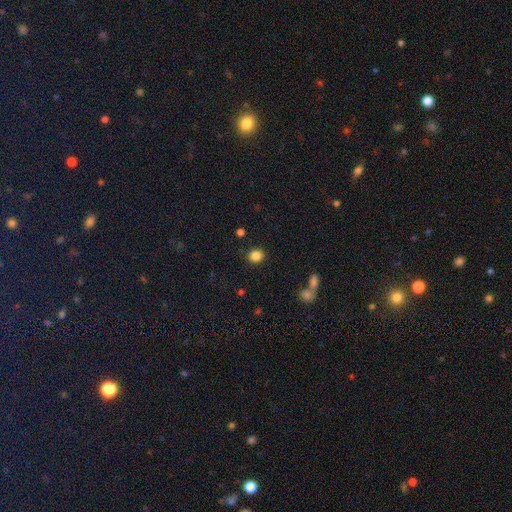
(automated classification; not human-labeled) smooth-or-featured: smooth: 85% | star or artifact: 11% | featured or disk: 4%
  how-rounded: round: 72% | in between: 27% | cigar-shaped: 1%
  merging: none: 88% | minor disturbance: 7% | major disturbance: 3% | merger: 2%